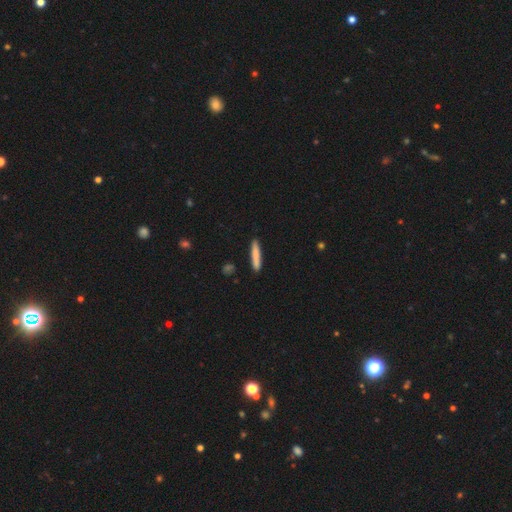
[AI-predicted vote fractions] smooth 80%, featured or disk 14%, star or artifact 6%. Down the decision tree: how rounded — cigar-shaped (93%); merging — none (89%).